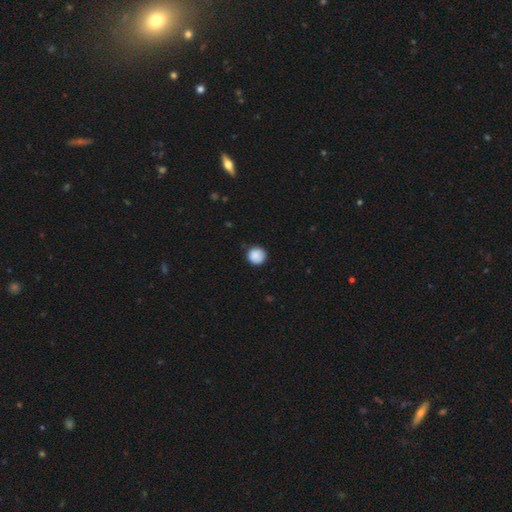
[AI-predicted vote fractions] Smooth or featured? smooth (87%)
How rounded? round (94%)
Merging? none (85%)